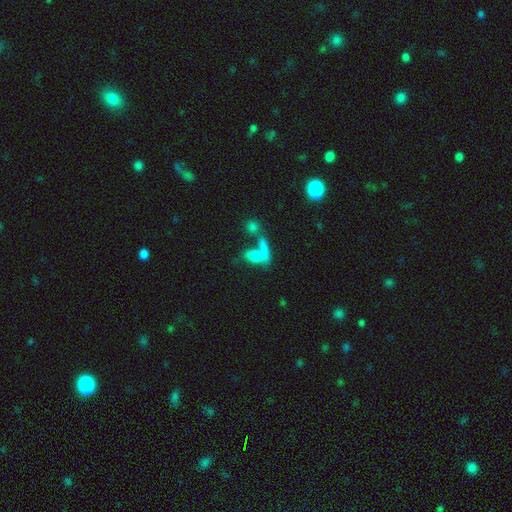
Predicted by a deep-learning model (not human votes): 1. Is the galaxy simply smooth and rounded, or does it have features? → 65% smooth, 21% featured or disk, 14% star or artifact.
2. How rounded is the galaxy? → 64% in between, 23% cigar-shaped, 13% round.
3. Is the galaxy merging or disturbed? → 41% merger, 37% none, 12% minor disturbance, 10% major disturbance.